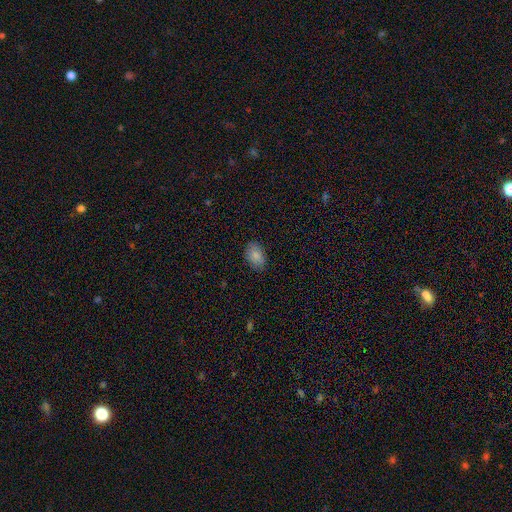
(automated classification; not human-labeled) Smooth or featured? smooth (86%)
How rounded? in between (86%)
Merging? none (84%)